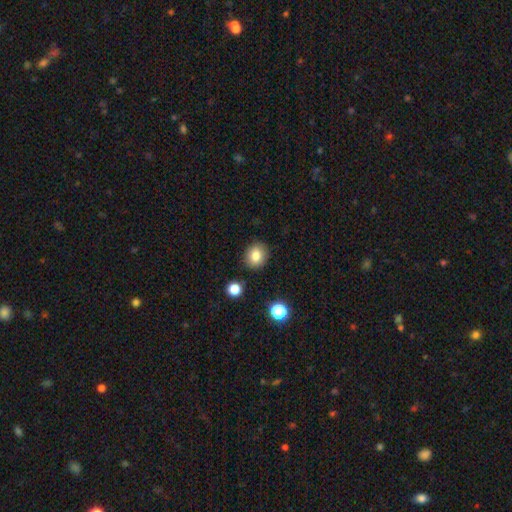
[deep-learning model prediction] A smooth galaxy with no disk features (83%) that is round (68%).

Vote fractions:
- Smooth or featured? smooth: 83% / star or artifact: 10% / featured or disk: 7%
- How rounded? round: 68% / in between: 31% / cigar-shaped: 1%
- Merging? none: 88% / minor disturbance: 8% / major disturbance: 2% / merger: 2%